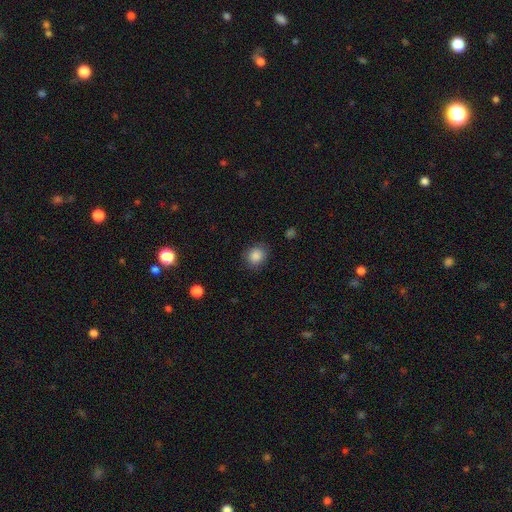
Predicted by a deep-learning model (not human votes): Smooth or featured: smooth — 87% (star or artifact — 9%)
How rounded: round — 74% (in between — 25%)
Merging: none — 84% (minor disturbance — 12%)